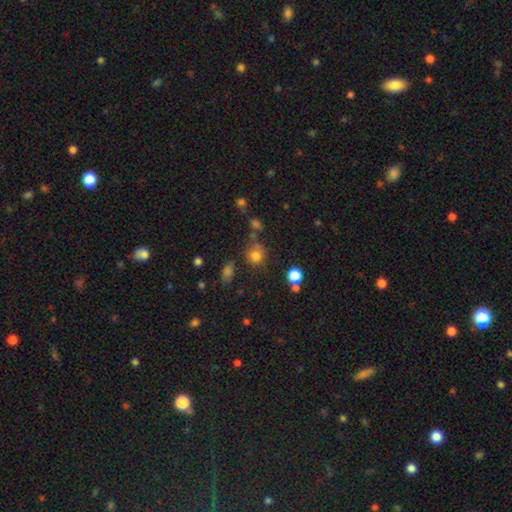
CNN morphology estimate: Smooth or featured?
  - smooth: 76% *
  - star or artifact: 17%
  - featured or disk: 8%
How rounded?
  - round: 82% *
  - in between: 17%
  - cigar-shaped: 1%
Merging?
  - none: 63% *
  - minor disturbance: 17%
  - merger: 13%
  - major disturbance: 7%